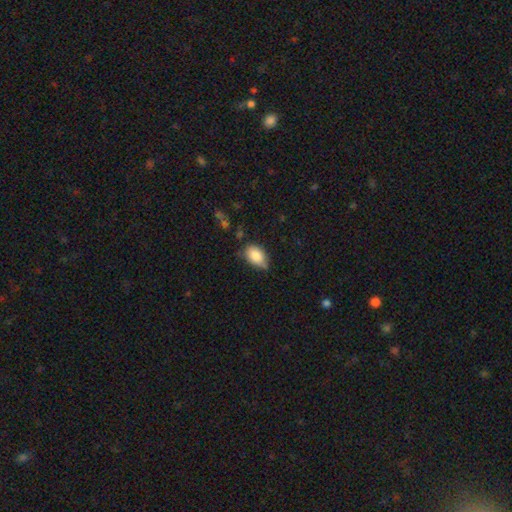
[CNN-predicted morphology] Smooth or featured: smooth — 84% (featured or disk — 8%)
How rounded: in between — 87% (round — 11%)
Merging: none — 58% (minor disturbance — 34%)